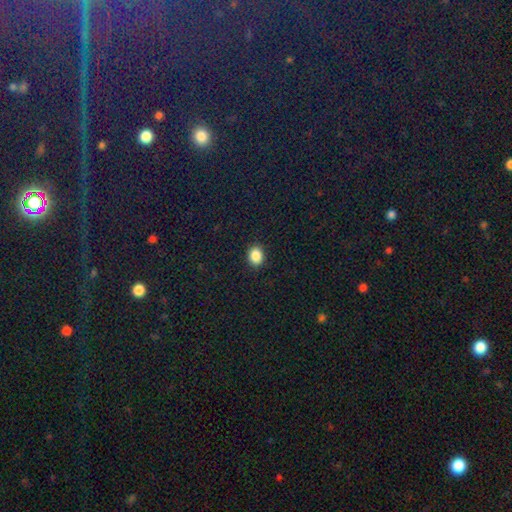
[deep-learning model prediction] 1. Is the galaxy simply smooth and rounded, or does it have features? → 87% smooth, 9% star or artifact, 3% featured or disk.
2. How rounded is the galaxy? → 52% in between, 47% round, 1% cigar-shaped.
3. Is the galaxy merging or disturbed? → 90% none, 7% minor disturbance, 2% major disturbance, 1% merger.